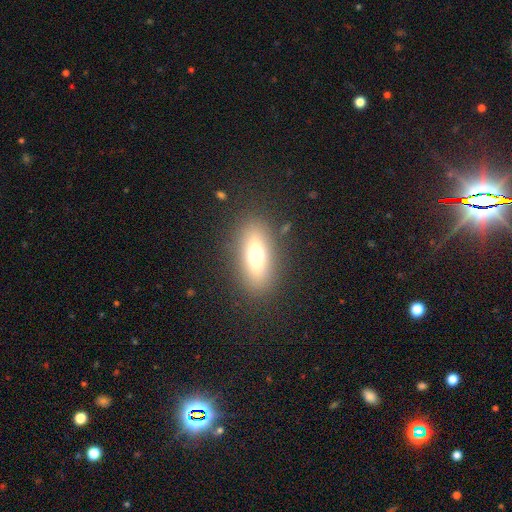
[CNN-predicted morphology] A smooth galaxy with no disk features (62%) that is in between round and cigar-shaped (72%). Merging: none (85%).